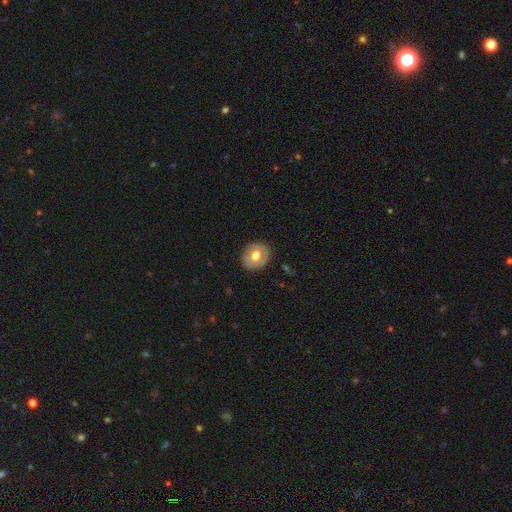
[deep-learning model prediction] This is possibly a smooth galaxy (57%). How rounded: likely round (62%). Merging: clearly none (86%).